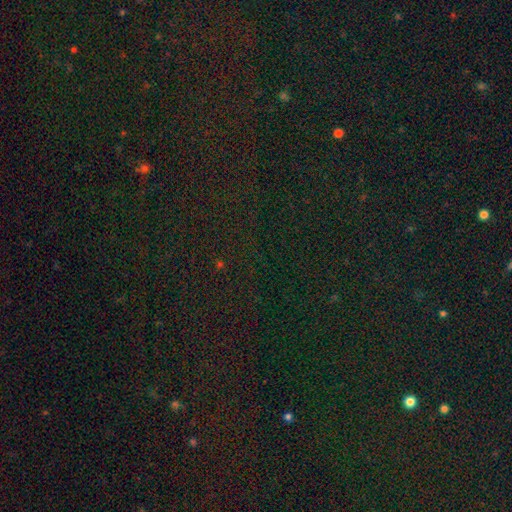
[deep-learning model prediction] Smooth or featured? Predicted: star or artifact (p=0.81).